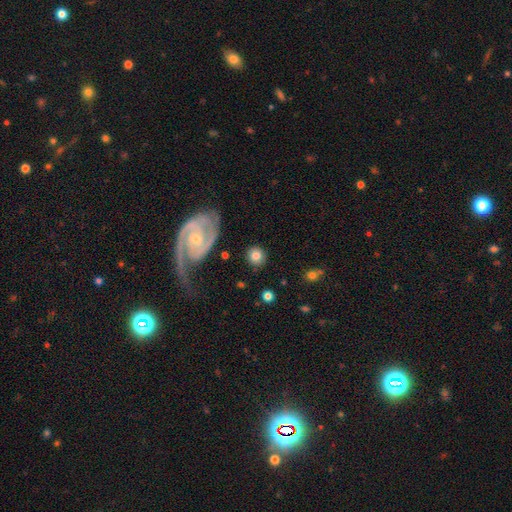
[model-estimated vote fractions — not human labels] Q: Smooth or featured?
A: smooth (70%); runner-up: featured or disk (22%)
Q: How rounded?
A: round (86%); runner-up: in between (13%)
Q: Merging?
A: none (84%); runner-up: minor disturbance (9%)